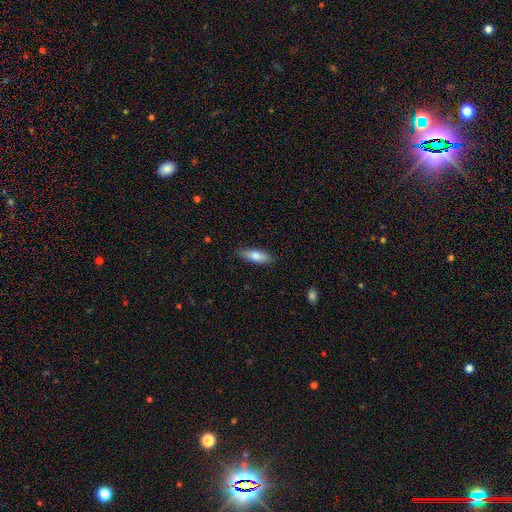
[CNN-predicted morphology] smooth 73%, featured or disk 21%, star or artifact 6%. Down the decision tree: how rounded — in between (49%); merging — none (87%).